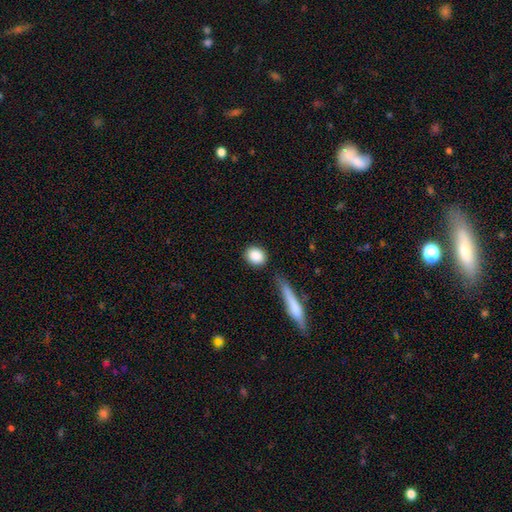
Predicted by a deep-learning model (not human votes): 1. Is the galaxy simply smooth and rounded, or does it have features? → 87% smooth, 7% star or artifact, 5% featured or disk.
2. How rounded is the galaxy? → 55% round, 41% in between, 3% cigar-shaped.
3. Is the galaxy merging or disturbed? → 82% none, 10% minor disturbance, 5% merger, 3% major disturbance.